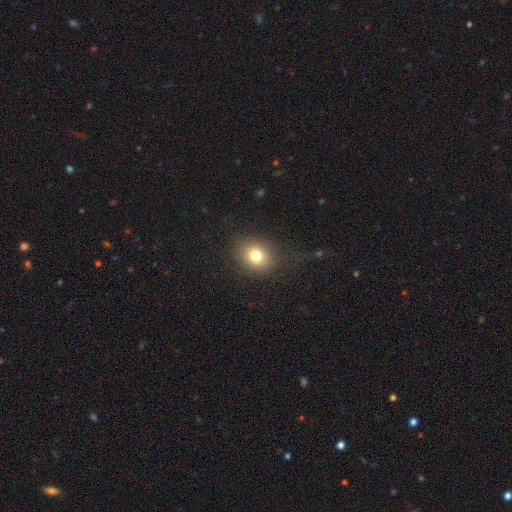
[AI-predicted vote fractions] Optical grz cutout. It shows a smooth galaxy with no disk features (78%) that is round (70%). Merging: none (82%).